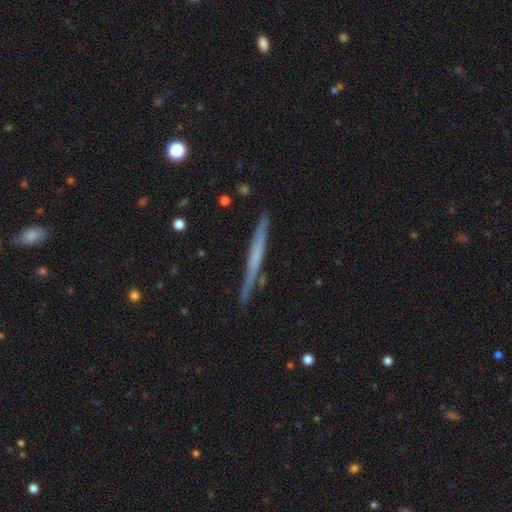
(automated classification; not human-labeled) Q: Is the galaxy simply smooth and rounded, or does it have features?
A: featured or disk — 56%.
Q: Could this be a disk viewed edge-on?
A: yes — 97%.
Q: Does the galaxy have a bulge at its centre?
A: none — 83%.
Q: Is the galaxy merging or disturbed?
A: none — 86%.